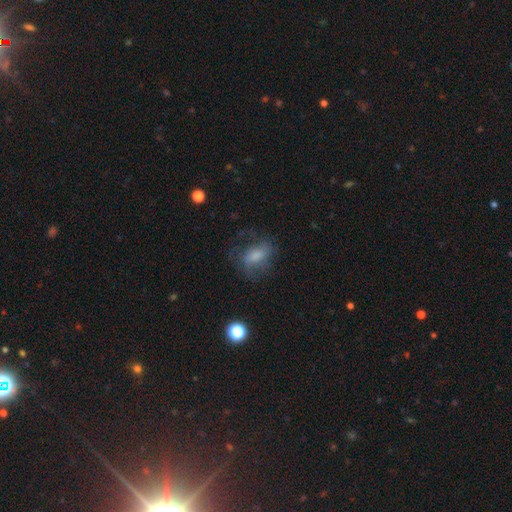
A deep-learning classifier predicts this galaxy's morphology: smooth-or-featured: smooth: 56% | featured or disk: 33% | star or artifact: 11%
  how-rounded: in between: 80% | round: 16% | cigar-shaped: 4%
  merging: none: 47% | major disturbance: 28% | minor disturbance: 22% | merger: 2%